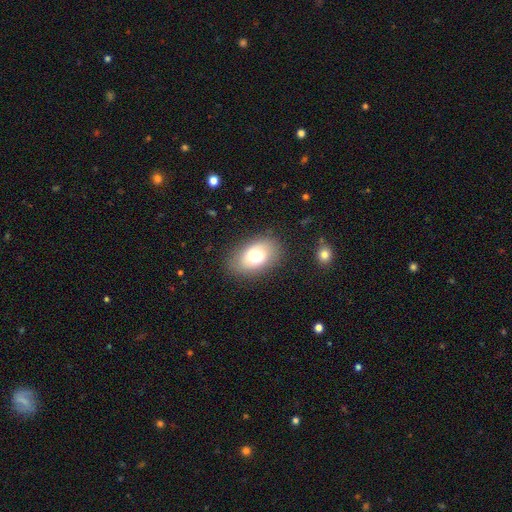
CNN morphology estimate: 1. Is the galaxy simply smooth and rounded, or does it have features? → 73% smooth, 18% featured or disk, 9% star or artifact.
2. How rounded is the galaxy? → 87% in between, 12% round, 1% cigar-shaped.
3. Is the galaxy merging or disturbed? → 80% none, 14% minor disturbance, 5% major disturbance, 1% merger.